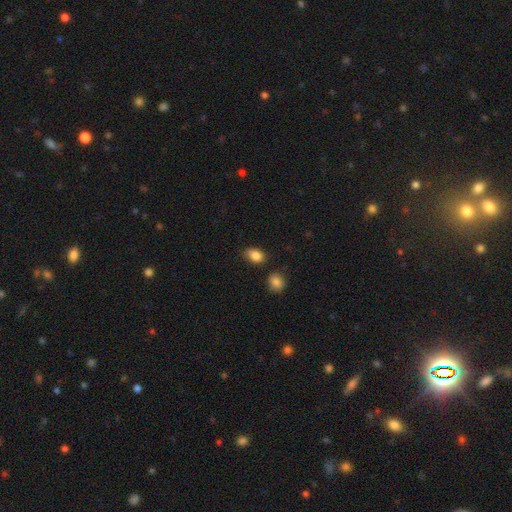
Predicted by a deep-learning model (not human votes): Smooth or featured?
  - smooth: 84% *
  - star or artifact: 9%
  - featured or disk: 7%
How rounded?
  - in between: 79% *
  - round: 19%
  - cigar-shaped: 2%
Merging?
  - none: 60% *
  - minor disturbance: 29%
  - major disturbance: 6%
  - merger: 5%